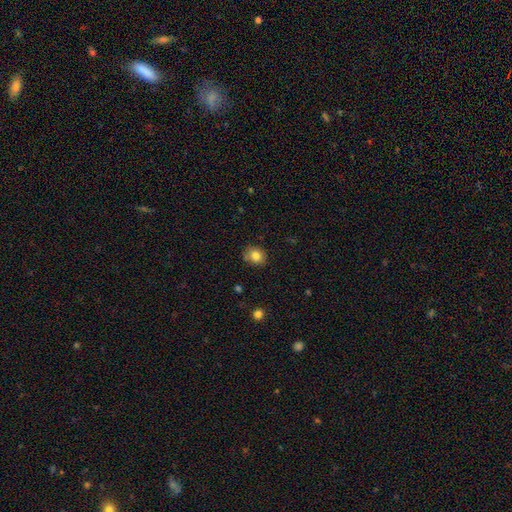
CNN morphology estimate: This appears to be a smooth galaxy with no disk features (81%) that is round (67%). Merging: none (79%).